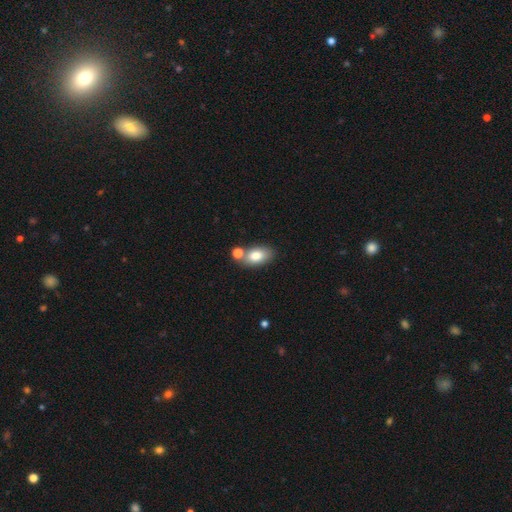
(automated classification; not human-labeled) smooth 80%, featured or disk 12%, star or artifact 8%. Down the decision tree: how rounded — in between (89%); merging — none (60%).